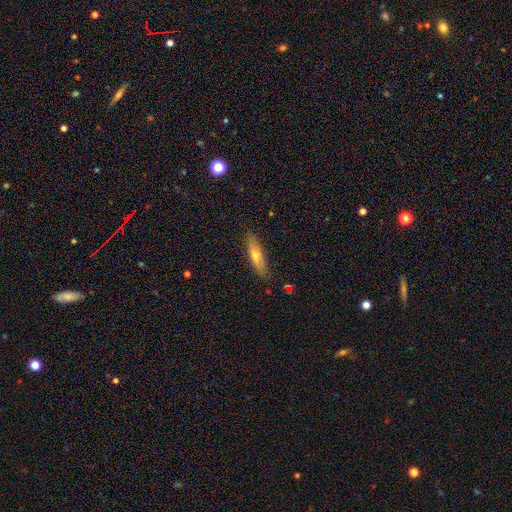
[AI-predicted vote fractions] smooth-or-featured: smooth: 55% | featured or disk: 38% | star or artifact: 7%
  how-rounded: cigar-shaped: 73% | in between: 25% | round: 2%
  merging: none: 85% | minor disturbance: 12% | major disturbance: 2% | merger: 1%